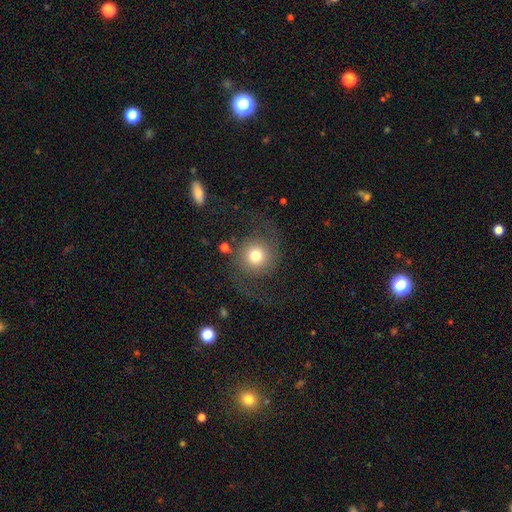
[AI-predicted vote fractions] Smooth or featured? Predicted: smooth (p=0.51). How rounded? Predicted: round (p=0.91). Merging? Predicted: none (p=0.66).